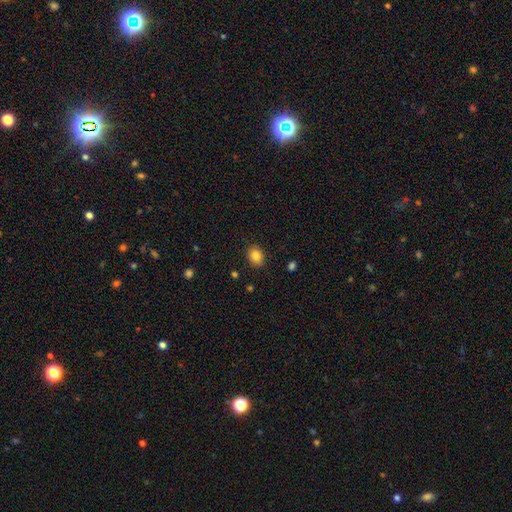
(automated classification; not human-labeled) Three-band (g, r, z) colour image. It shows a smooth galaxy with no disk features (85%) that is in between round and cigar-shaped (54%). Merging: none (88%).